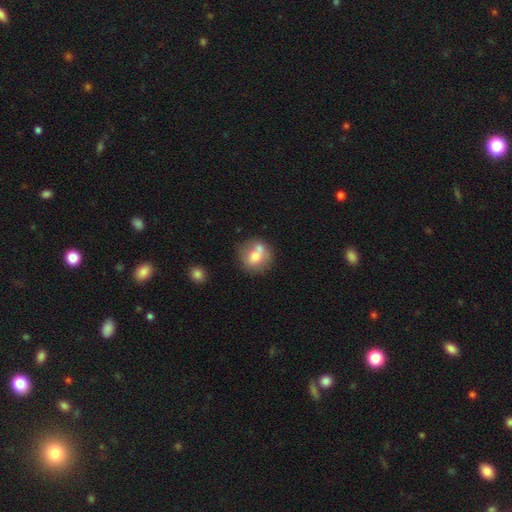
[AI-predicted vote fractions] A smooth galaxy with no disk features (66%) that is round (79%).

Vote fractions:
- Smooth or featured? smooth: 66% / featured or disk: 25% / star or artifact: 9%
- How rounded? round: 79% / in between: 19% / cigar-shaped: 1%
- Merging? none: 44% / merger: 35% / minor disturbance: 15% / major disturbance: 6%